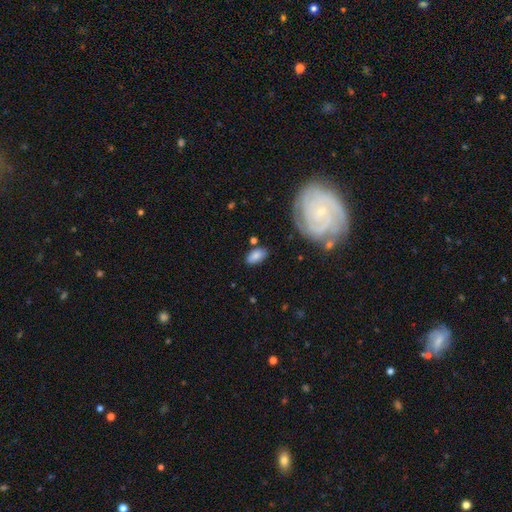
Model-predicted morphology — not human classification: Overall: smooth (76%). How rounded: in between (92%). Merging: none (76%).